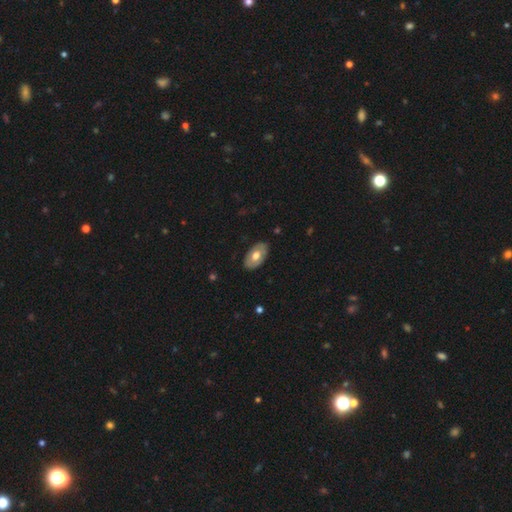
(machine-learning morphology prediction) Smooth or featured?
  - smooth: 55% *
  - featured or disk: 40%
  - star or artifact: 5%
How rounded?
  - in between: 92% *
  - round: 7%
  - cigar-shaped: 1%
Merging?
  - none: 84% *
  - minor disturbance: 12%
  - major disturbance: 2%
  - merger: 1%